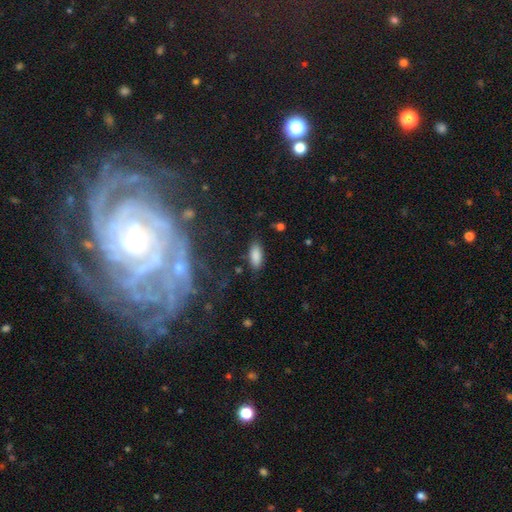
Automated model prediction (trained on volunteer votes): smooth_or_featured: smooth (p=0.85) [alt: star or artifact p=0.09]
how_rounded: in between (p=0.85) [alt: cigar-shaped p=0.12]
merging: none (p=0.82) [alt: minor disturbance p=0.12]